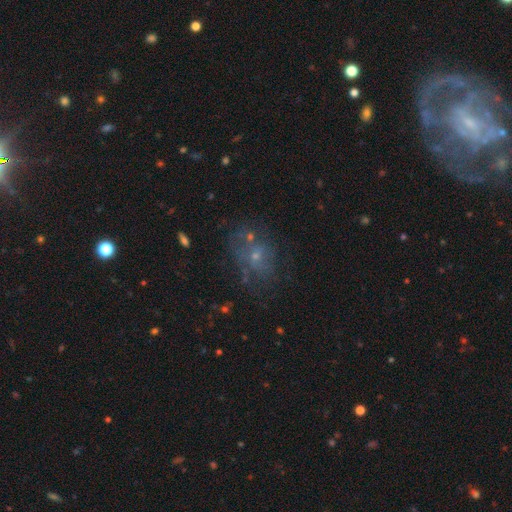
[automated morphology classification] Smooth or featured: smooth — 39% (featured or disk — 38%)
Merging: none — 53% (minor disturbance — 21%)